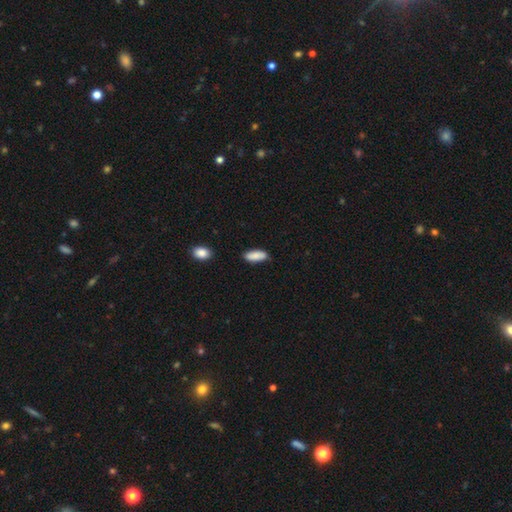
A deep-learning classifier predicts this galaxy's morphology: This is clearly a smooth galaxy (89%). How rounded: likely in between (77%). Merging: clearly none (81%).